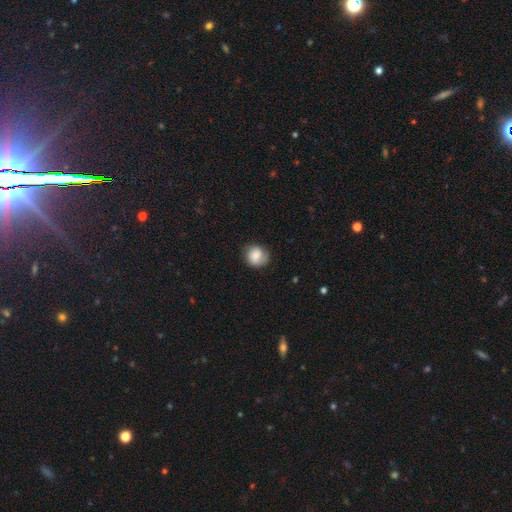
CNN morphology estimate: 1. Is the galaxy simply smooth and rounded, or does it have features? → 69% smooth, 23% featured or disk, 8% star or artifact.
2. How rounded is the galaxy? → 80% round, 19% in between, 1% cigar-shaped.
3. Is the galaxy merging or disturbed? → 72% none, 20% minor disturbance, 6% major disturbance, 1% merger.